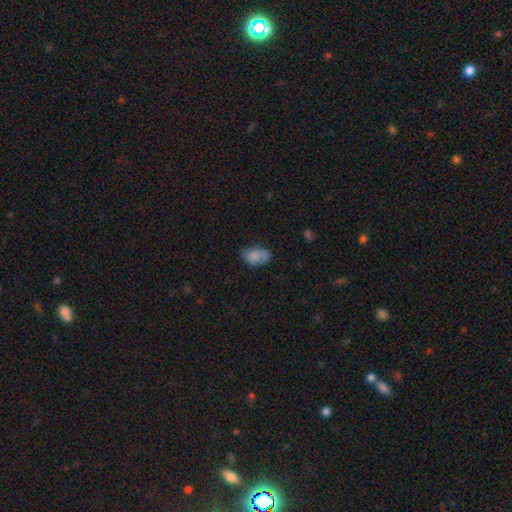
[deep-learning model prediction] Smooth or featured? smooth (80%)
How rounded? in between (87%)
Merging? none (64%)